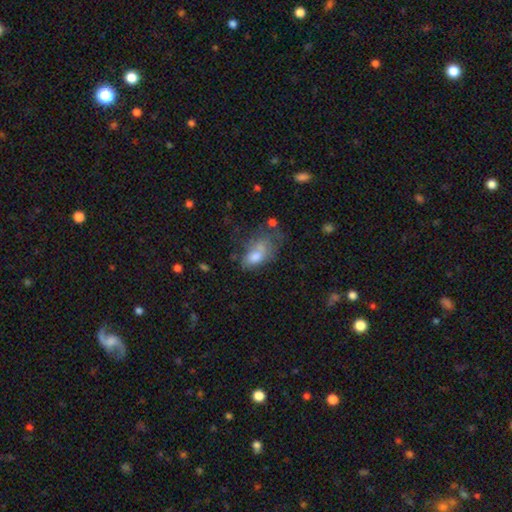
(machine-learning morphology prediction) Q: Smooth or featured?
A: smooth (65%); runner-up: featured or disk (24%)
Q: How rounded?
A: in between (87%); runner-up: round (9%)
Q: Merging?
A: major disturbance (31%); runner-up: none (27%)